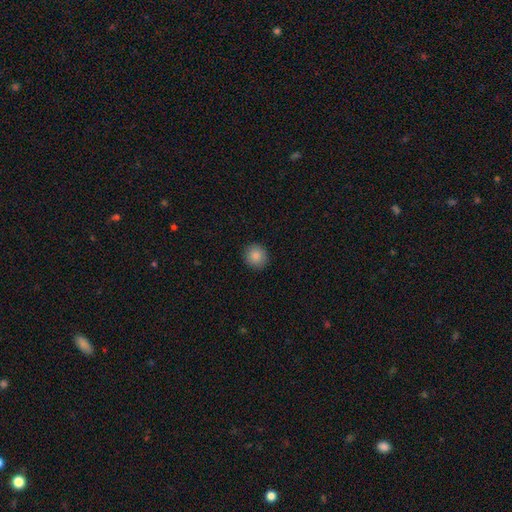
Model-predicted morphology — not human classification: This appears to be a smooth galaxy with no disk features (87%) that is round (91%). Merging: none (91%).